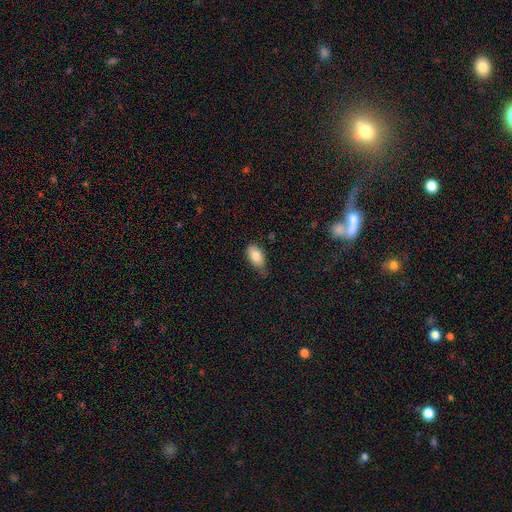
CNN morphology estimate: type=smooth (82%); roundness=in between (92%); merging=none (52%).